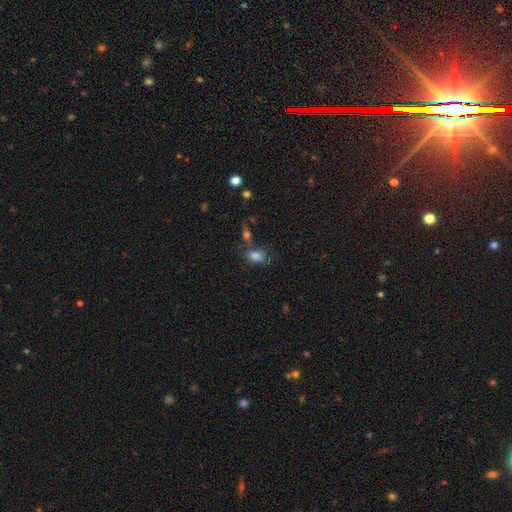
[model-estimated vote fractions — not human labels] Smooth or featured?
  - smooth: 77% *
  - star or artifact: 12%
  - featured or disk: 11%
How rounded?
  - in between: 84% *
  - round: 12%
  - cigar-shaped: 3%
Merging?
  - none: 50% *
  - minor disturbance: 20%
  - merger: 20%
  - major disturbance: 10%